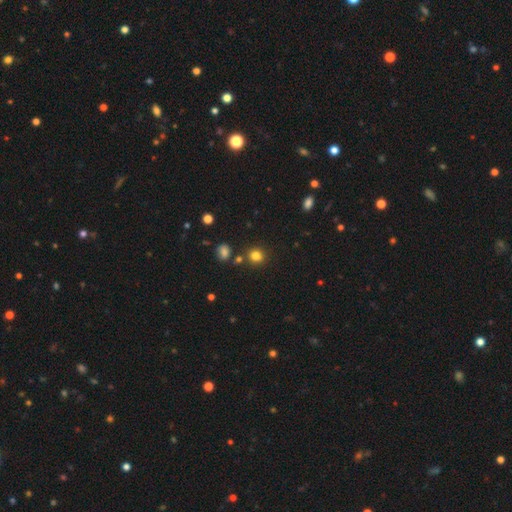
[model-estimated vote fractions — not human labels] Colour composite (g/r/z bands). It shows a smooth galaxy with no disk features (81%) that is round (84%). Merging: none (83%).